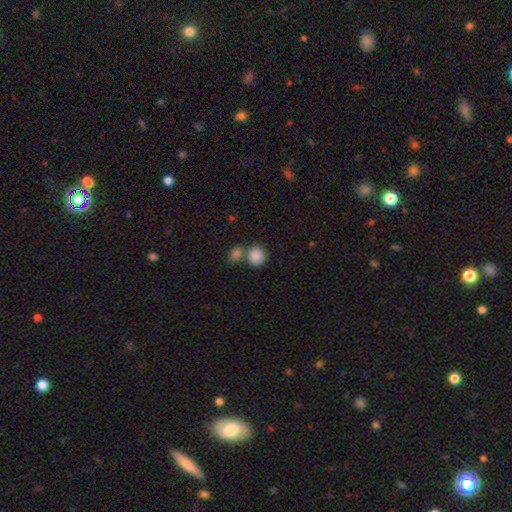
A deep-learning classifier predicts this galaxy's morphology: smooth-or-featured: smooth: 87% | star or artifact: 8% | featured or disk: 5%
  how-rounded: round: 78% | in between: 20% | cigar-shaped: 1%
  merging: none: 46% | merger: 42% | minor disturbance: 9% | major disturbance: 4%